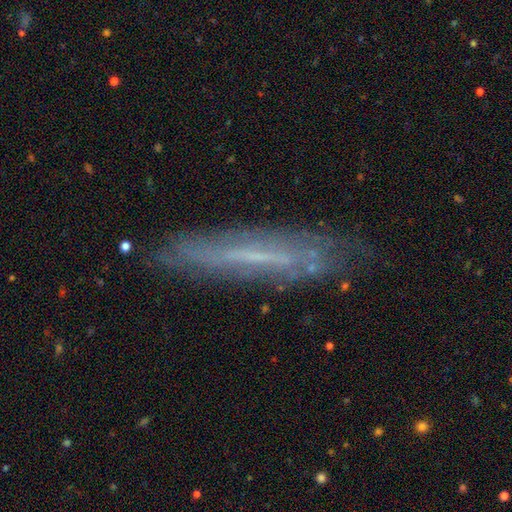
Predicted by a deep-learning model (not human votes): This is likely a featured or disk galaxy (61%). It is likely viewed edge-on (67%). Merging: likely none (75%).